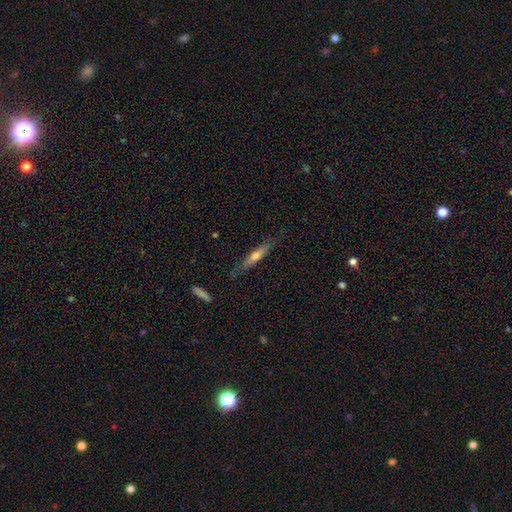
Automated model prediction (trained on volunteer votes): smooth-or-featured: featured or disk: 48% | smooth: 46% | star or artifact: 6%
  merging: none: 76% | minor disturbance: 18% | major disturbance: 4% | merger: 2%